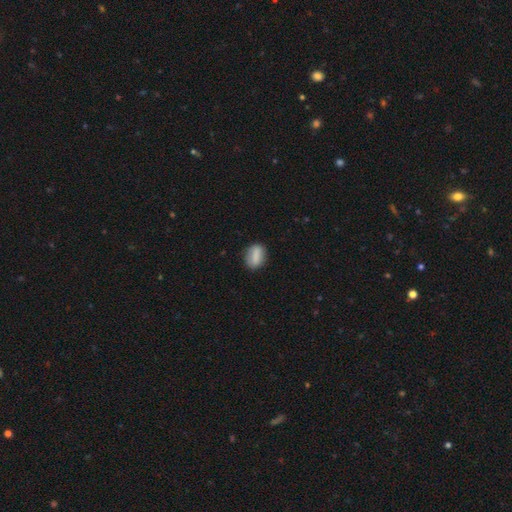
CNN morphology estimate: smooth-or-featured: smooth: 76% | featured or disk: 17% | star or artifact: 8%
  how-rounded: in between: 70% | round: 22% | cigar-shaped: 7%
  merging: none: 82% | minor disturbance: 13% | major disturbance: 3% | merger: 2%